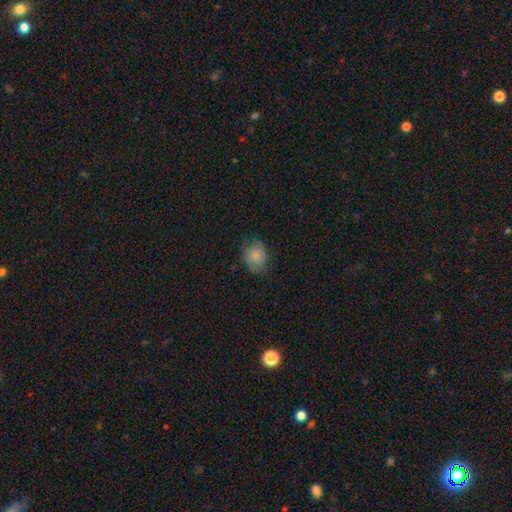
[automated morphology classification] Smooth or featured: smooth — 69% (featured or disk — 23%)
How rounded: in between — 51% (round — 48%)
Merging: none — 66% (minor disturbance — 24%)